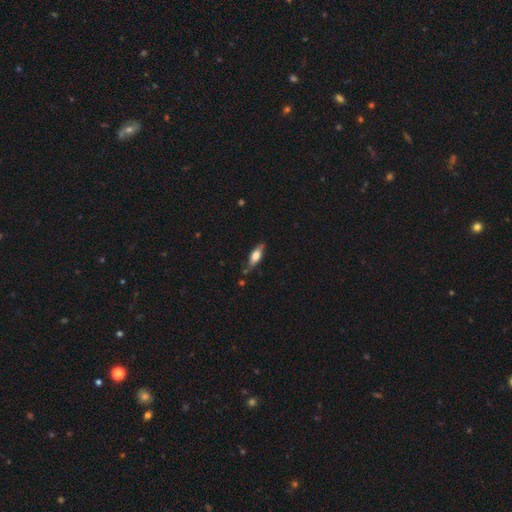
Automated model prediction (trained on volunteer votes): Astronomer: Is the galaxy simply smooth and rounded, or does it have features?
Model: smooth — 54% (runner-up: featured or disk, 39%).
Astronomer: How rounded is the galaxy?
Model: in between — 52% (runner-up: cigar-shaped, 45%).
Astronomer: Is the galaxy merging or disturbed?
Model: none — 73%.